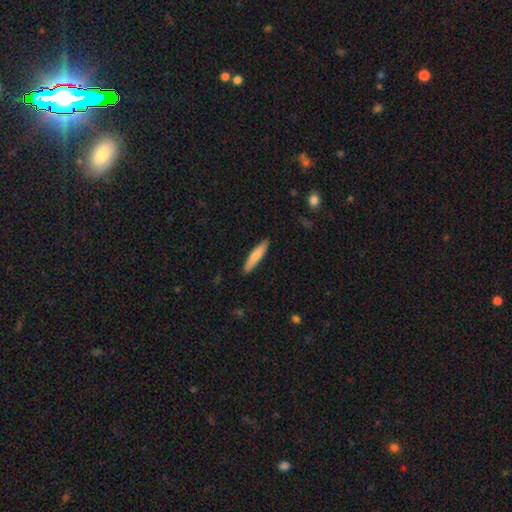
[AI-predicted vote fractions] Smooth or featured?
  - smooth: 75% *
  - featured or disk: 19%
  - star or artifact: 5%
How rounded?
  - cigar-shaped: 88% *
  - in between: 10%
  - round: 1%
Merging?
  - none: 89% *
  - minor disturbance: 8%
  - major disturbance: 2%
  - merger: 1%